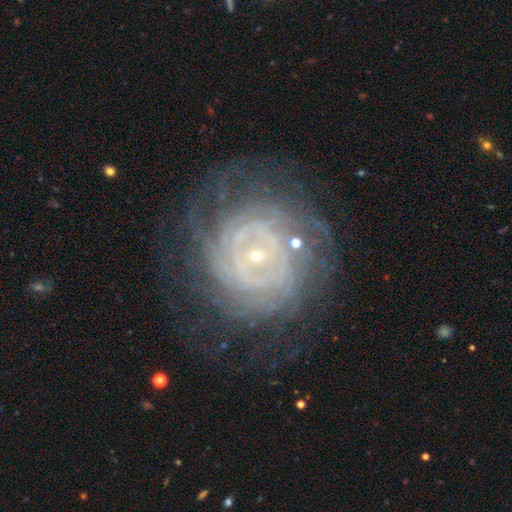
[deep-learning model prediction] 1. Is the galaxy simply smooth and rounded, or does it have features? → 83% featured or disk, 9% smooth, 8% star or artifact.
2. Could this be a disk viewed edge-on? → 97% no, 3% yes.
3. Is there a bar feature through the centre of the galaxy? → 59% no, 29% weak, 13% strong.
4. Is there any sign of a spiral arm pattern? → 91% yes, 9% no.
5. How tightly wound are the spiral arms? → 80% tight, 16% medium, 4% loose.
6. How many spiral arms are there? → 42% can't tell, 15% 2, 14% more than 4, 12% 4, 10% 3, 7% 1.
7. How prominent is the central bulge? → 83% small, 13% moderate, 2% none, 1% large, 1% dominant.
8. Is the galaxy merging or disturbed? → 73% none, 15% minor disturbance, 10% major disturbance, 2% merger.